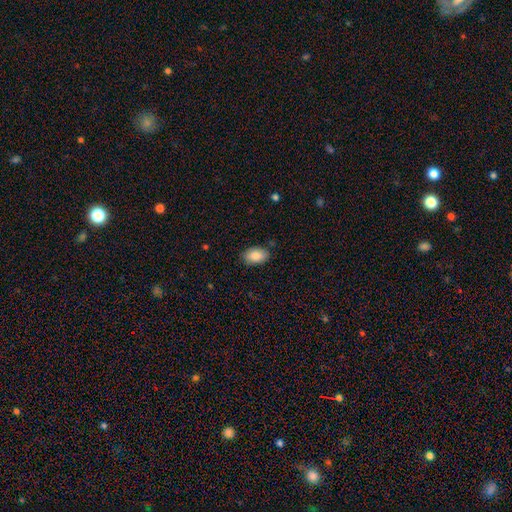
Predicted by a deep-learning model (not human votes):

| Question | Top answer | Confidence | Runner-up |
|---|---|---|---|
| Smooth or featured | smooth | 88% | star or artifact (7%) |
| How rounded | in between | 93% | round (6%) |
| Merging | none | 83% | minor disturbance (13%) |